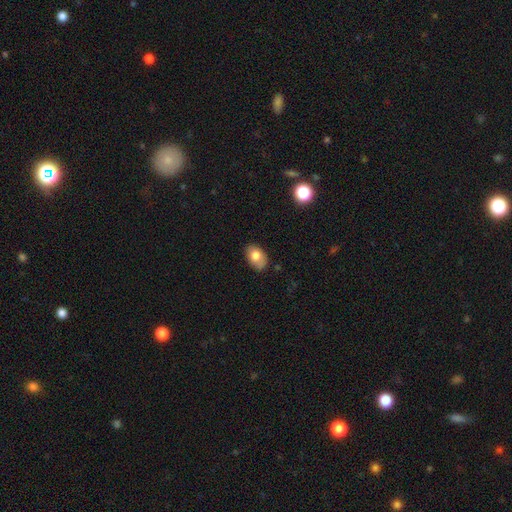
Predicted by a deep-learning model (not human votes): Smooth or featured? smooth (77%)
How rounded? in between (85%)
Merging? none (76%)